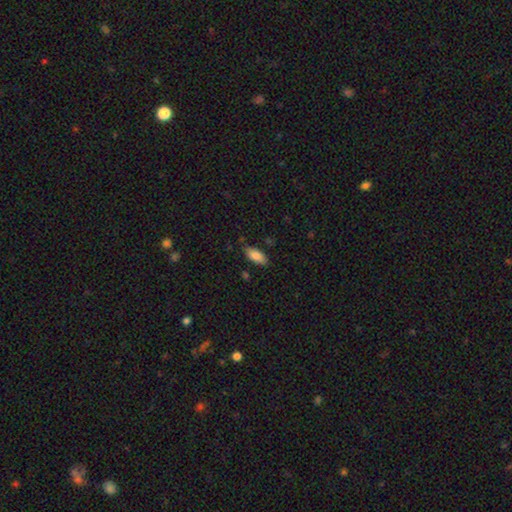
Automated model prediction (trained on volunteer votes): smooth-or-featured: smooth: 84% | featured or disk: 9% | star or artifact: 7%
  how-rounded: in between: 87% | cigar-shaped: 11% | round: 2%
  merging: none: 81% | minor disturbance: 14% | major disturbance: 3% | merger: 2%